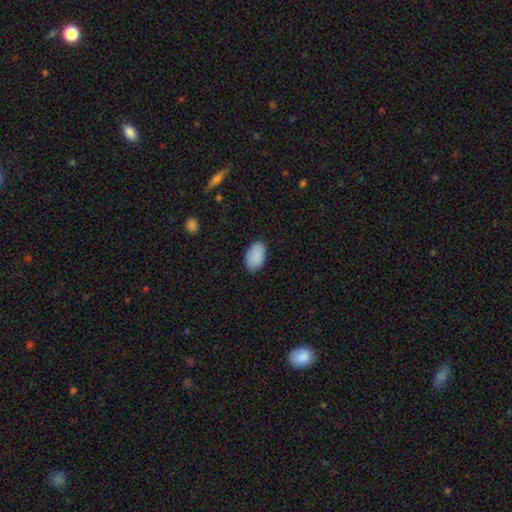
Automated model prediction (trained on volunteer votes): The model was most divided on "merging": none: 87%, minor disturbance: 10%, major disturbance: 2%, merger: 1%. More confident: how rounded — in between (93%); smooth or featured — smooth (90%).